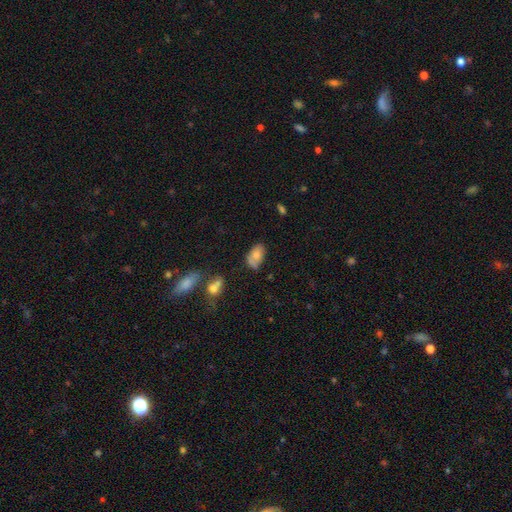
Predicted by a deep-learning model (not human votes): smooth-or-featured: smooth: 70% | featured or disk: 20% | star or artifact: 9%
  how-rounded: in between: 89% | round: 10% | cigar-shaped: 2%
  merging: none: 47% | minor disturbance: 32% | major disturbance: 11% | merger: 9%